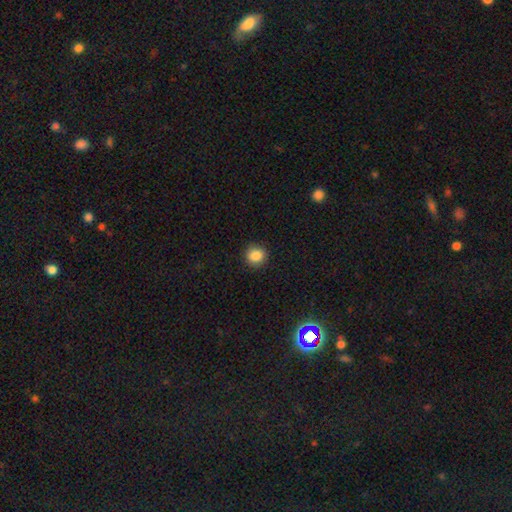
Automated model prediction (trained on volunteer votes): Smooth or featured? smooth (86%)
How rounded? round (90%)
Merging? none (90%)